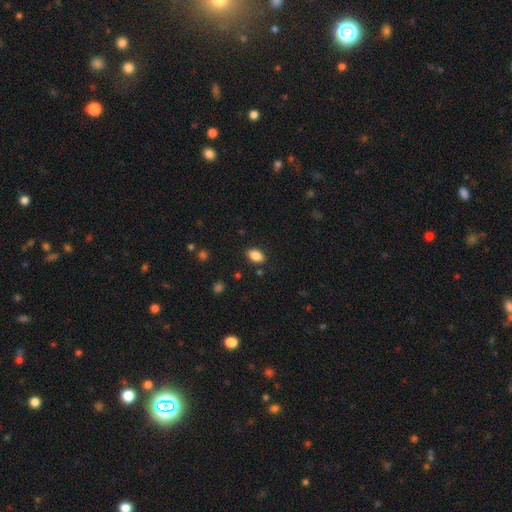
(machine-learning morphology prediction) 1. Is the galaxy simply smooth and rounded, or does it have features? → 87% smooth, 9% star or artifact, 5% featured or disk.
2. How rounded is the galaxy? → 90% in between, 8% round, 2% cigar-shaped.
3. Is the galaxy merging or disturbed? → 86% none, 10% minor disturbance, 2% major disturbance, 2% merger.